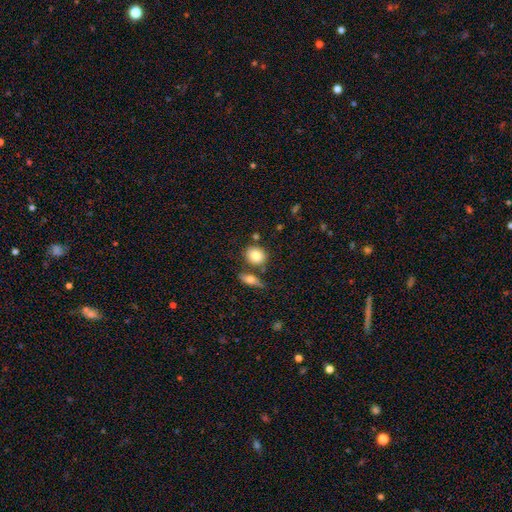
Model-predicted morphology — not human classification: type=smooth (84%); roundness=round (59%); merging=none (71%).